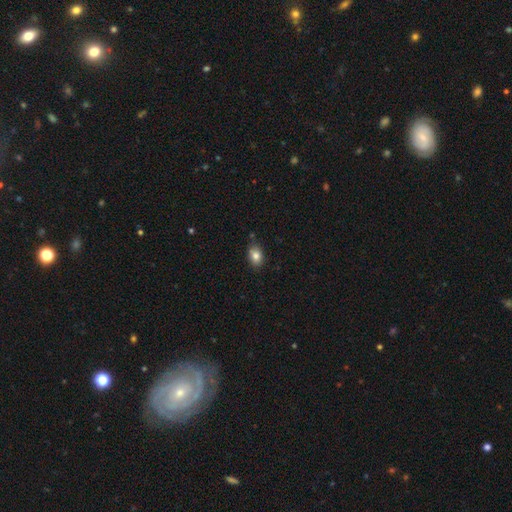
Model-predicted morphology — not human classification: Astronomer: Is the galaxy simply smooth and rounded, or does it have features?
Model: smooth — 83%.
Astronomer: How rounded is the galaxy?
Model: in between — 78%.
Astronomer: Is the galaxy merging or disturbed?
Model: none — 80%.